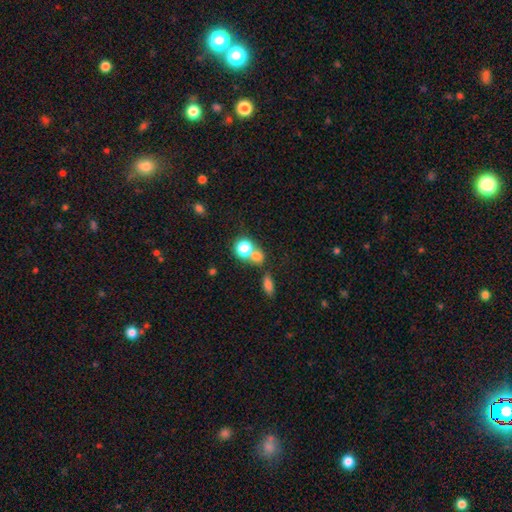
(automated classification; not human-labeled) Smooth or featured: smooth — 74% (star or artifact — 15%)
How rounded: round — 71% (in between — 27%)
Merging: merger — 47% (none — 40%)